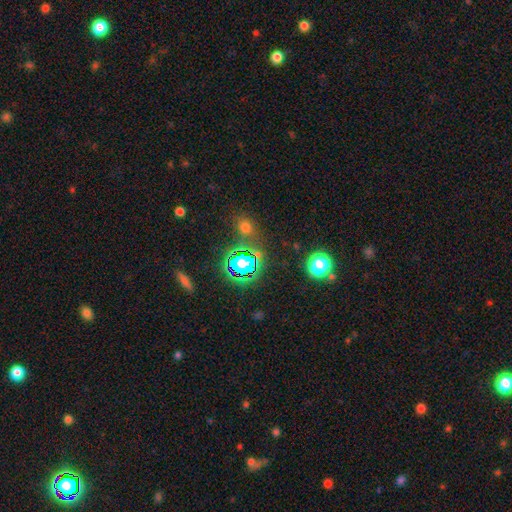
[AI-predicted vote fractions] This is likely a star or artifact rather than a galaxy (62%).